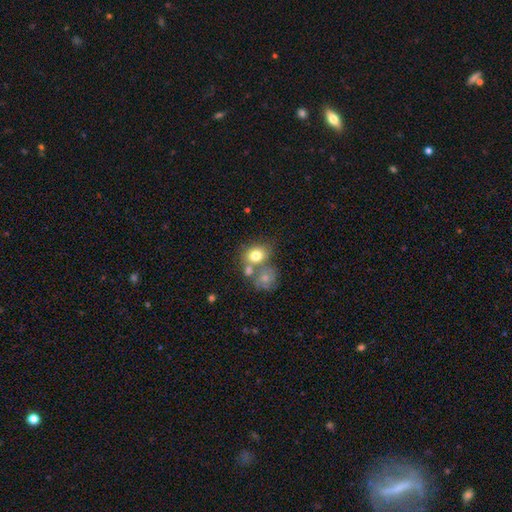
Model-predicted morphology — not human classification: This appears to be a smooth galaxy with no disk features (75%) that is round (52%). Merging: none (45%).